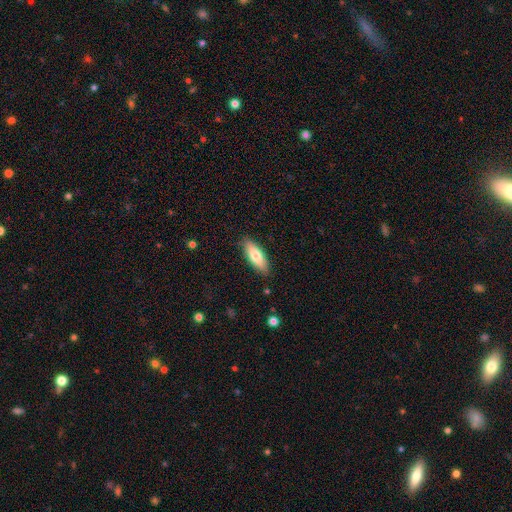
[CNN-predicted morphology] smooth 74%, featured or disk 20%, star or artifact 6%. Down the decision tree: how rounded — in between (63%); merging — none (86%).